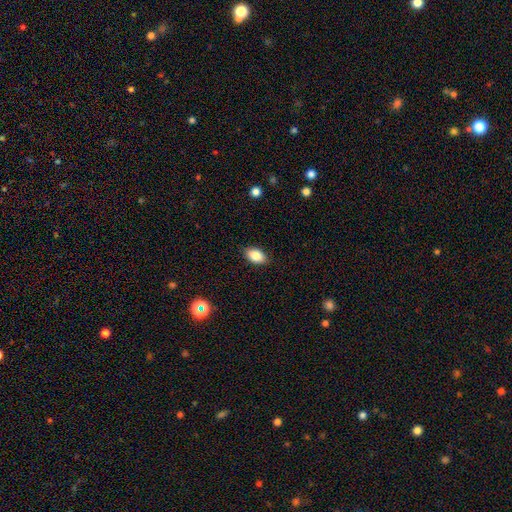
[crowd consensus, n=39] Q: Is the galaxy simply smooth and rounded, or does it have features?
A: smooth — 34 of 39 (87%).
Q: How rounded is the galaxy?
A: in between — 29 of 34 (85%).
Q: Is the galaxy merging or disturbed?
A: none — 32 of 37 (86%).